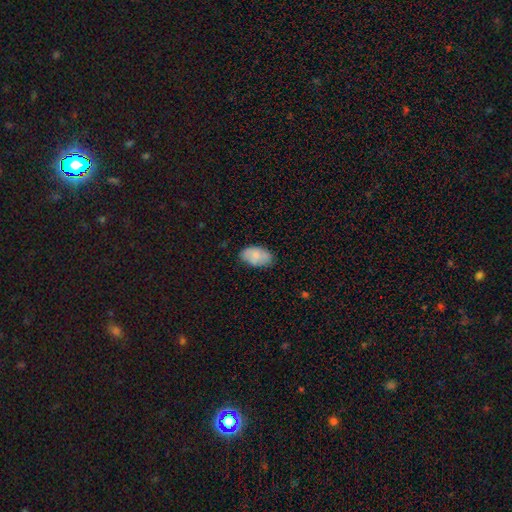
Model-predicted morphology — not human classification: smooth-or-featured: smooth: 77% | featured or disk: 16% | star or artifact: 7%
  how-rounded: in between: 94% | round: 5% | cigar-shaped: 2%
  merging: none: 74% | minor disturbance: 20% | major disturbance: 4% | merger: 2%